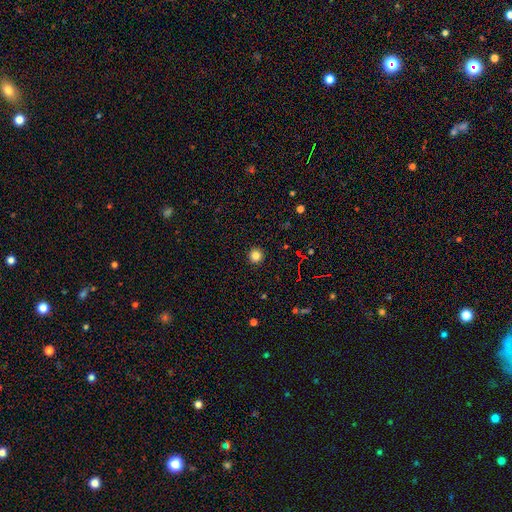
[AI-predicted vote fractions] This appears to be a smooth galaxy with no disk features (83%) that is round (95%). Merging: none (93%).